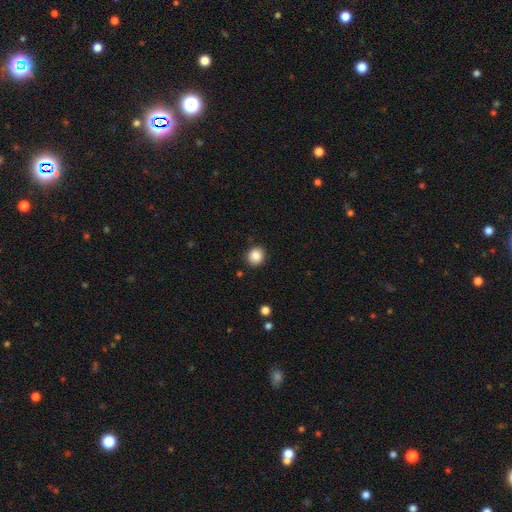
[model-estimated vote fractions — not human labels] The model was most divided on "how rounded": round: 85%, in between: 14%, cigar-shaped: 1%. More confident: merging — none (88%); smooth or featured — smooth (87%).